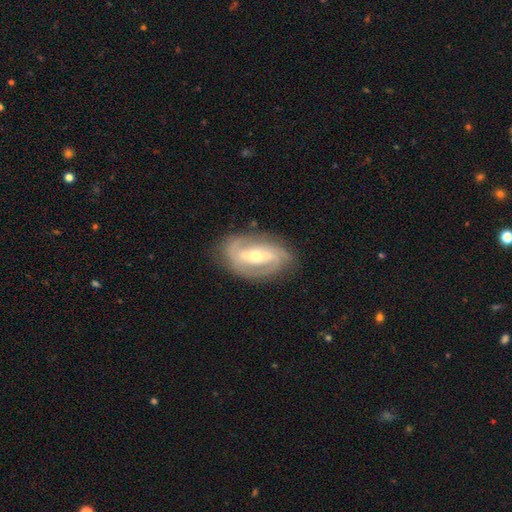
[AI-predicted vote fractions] This is clearly a featured or disk galaxy (84%). It is clearly not viewed edge-on (94%). Bar: marginally strong (40%). Spiral arm pattern: clearly yes (91%). Spiral arm count: possibly 2 (58%). Spiral winding: possibly tight (45%). Central bulge: possibly moderate (53%). Merging: likely none (77%).